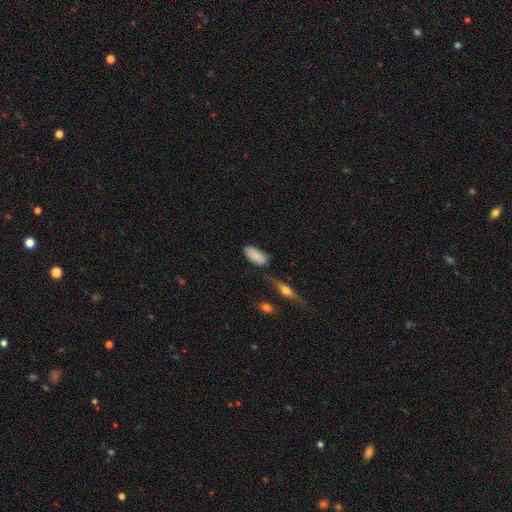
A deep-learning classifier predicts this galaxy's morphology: A smooth galaxy with no disk features (85%) that is in between round and cigar-shaped (88%). Merging: none (69%).